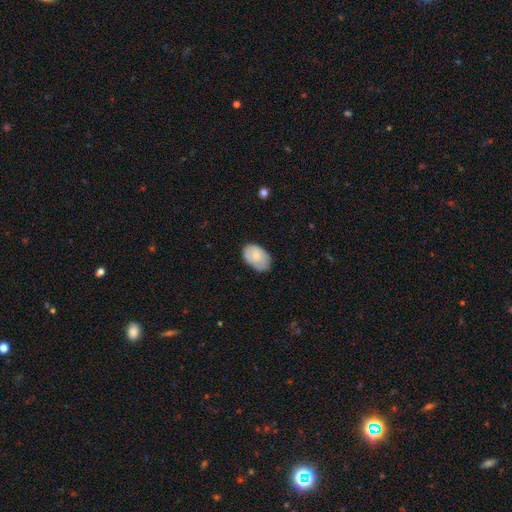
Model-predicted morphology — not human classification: Smooth or featured? smooth (73%)
How rounded? in between (88%)
Merging? none (72%)